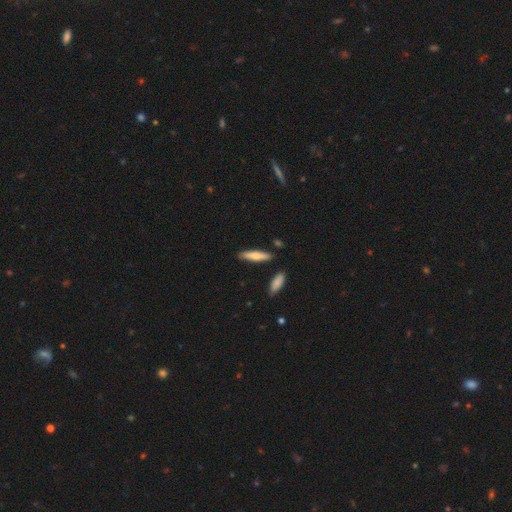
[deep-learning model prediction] smooth 67%, featured or disk 28%, star or artifact 6%. Down the decision tree: how rounded — cigar-shaped (79%); merging — none (86%).